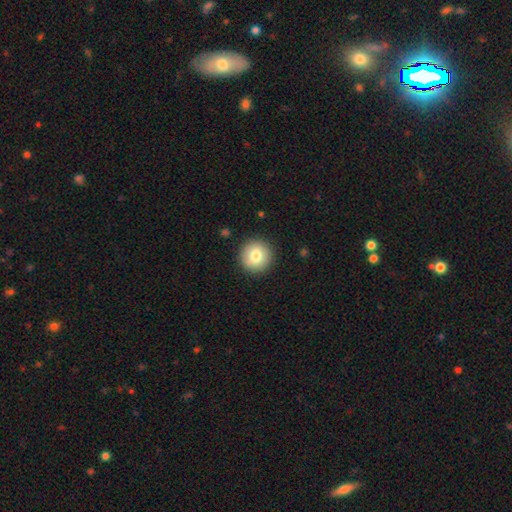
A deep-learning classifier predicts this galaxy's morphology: Smooth or featured?
  - smooth: 80% *
  - featured or disk: 12%
  - star or artifact: 8%
How rounded?
  - round: 95% *
  - in between: 4%
  - cigar-shaped: 1%
Merging?
  - none: 91% *
  - minor disturbance: 6%
  - major disturbance: 2%
  - merger: 1%